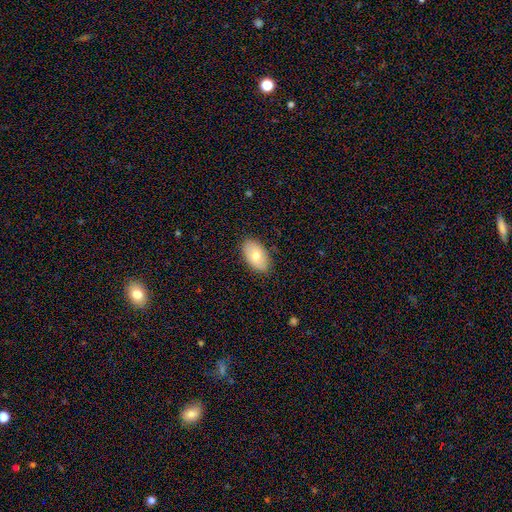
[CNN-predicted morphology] smooth_or_featured: smooth (p=0.72) [alt: featured or disk p=0.21]
how_rounded: in between (p=0.93) [alt: round p=0.05]
merging: none (p=0.86) [alt: minor disturbance p=0.11]